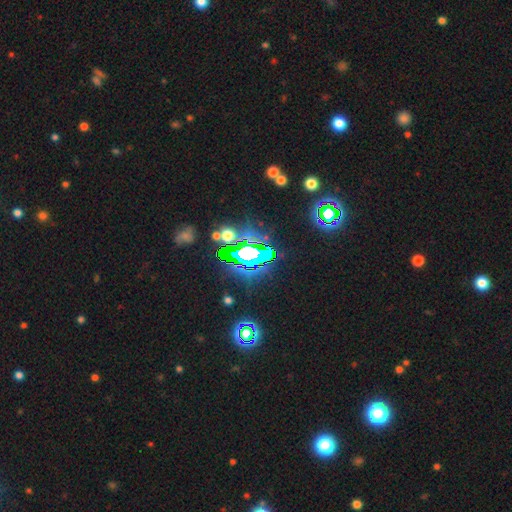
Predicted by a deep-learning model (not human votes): Smooth or featured: star or artifact — 73% (smooth — 14%)